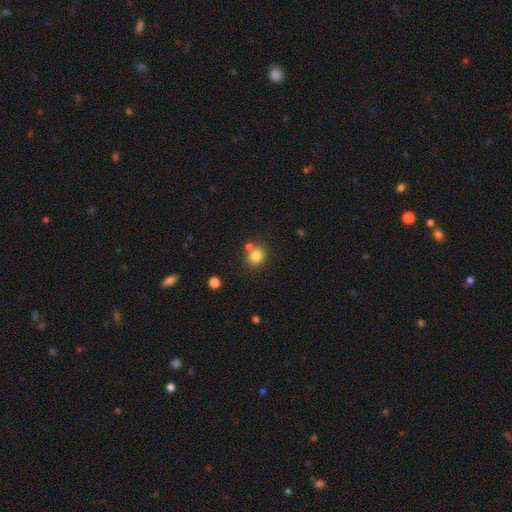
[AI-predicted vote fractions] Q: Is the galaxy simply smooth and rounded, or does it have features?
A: smooth — 81%.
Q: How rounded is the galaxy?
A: round — 69%.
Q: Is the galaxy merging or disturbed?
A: none — 67%.